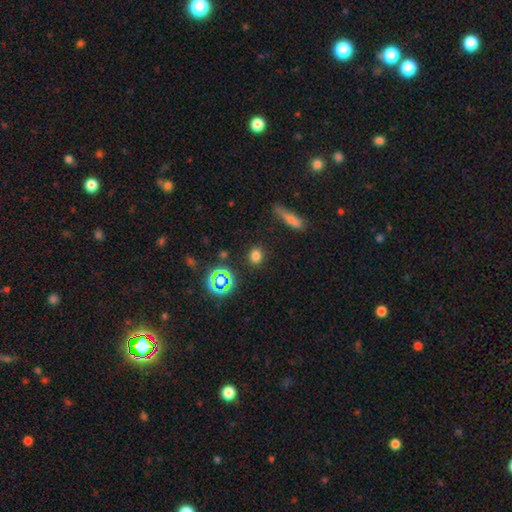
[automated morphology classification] The model was most divided on "how rounded": round: 71%, in between: 26%, cigar-shaped: 3%. More confident: merging — none (87%); smooth or featured — smooth (75%).